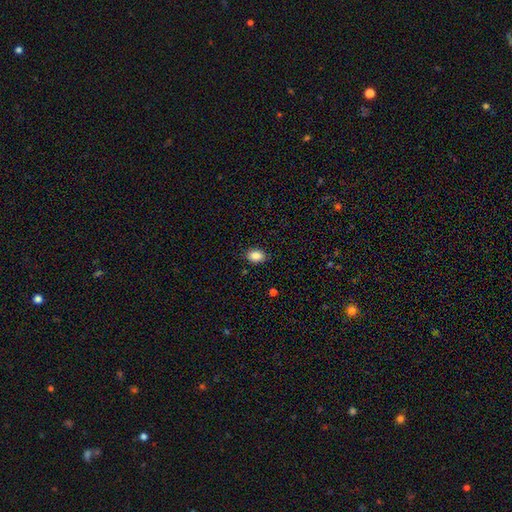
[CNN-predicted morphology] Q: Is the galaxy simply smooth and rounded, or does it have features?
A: smooth — 87%.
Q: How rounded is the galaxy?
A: in between — 77%.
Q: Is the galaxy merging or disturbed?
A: none — 86%.